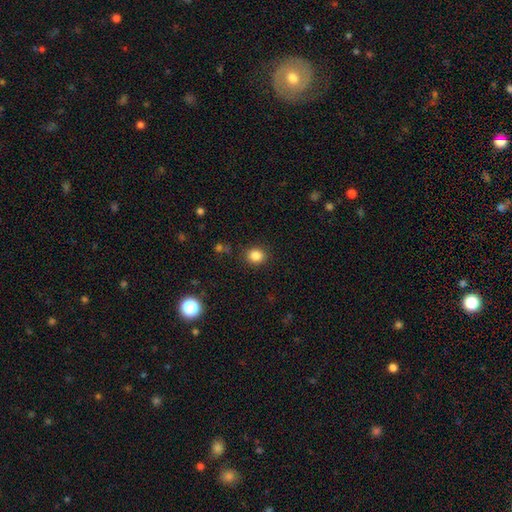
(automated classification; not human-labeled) smooth 85%, star or artifact 11%, featured or disk 4%. Down the decision tree: how rounded — round (78%); merging — none (88%).